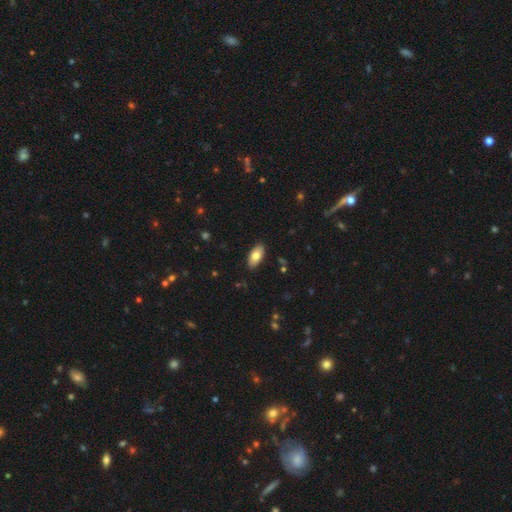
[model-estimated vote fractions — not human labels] smooth 78%, featured or disk 15%, star or artifact 6%. Down the decision tree: how rounded — in between (92%); merging — none (88%).